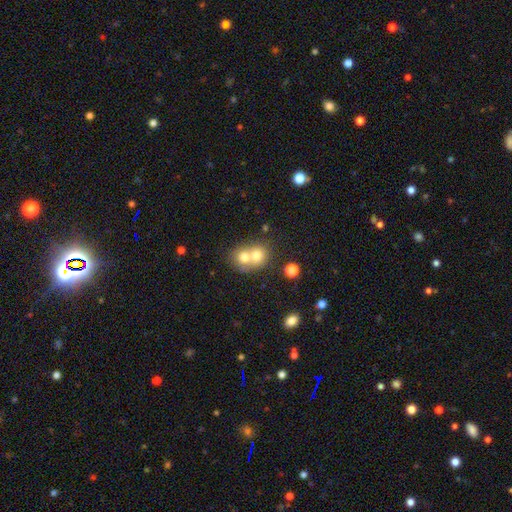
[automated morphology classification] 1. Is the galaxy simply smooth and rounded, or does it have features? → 70% smooth, 20% featured or disk, 10% star or artifact.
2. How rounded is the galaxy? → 69% round, 30% in between, 1% cigar-shaped.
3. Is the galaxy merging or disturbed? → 70% merger, 23% none, 5% minor disturbance, 3% major disturbance.